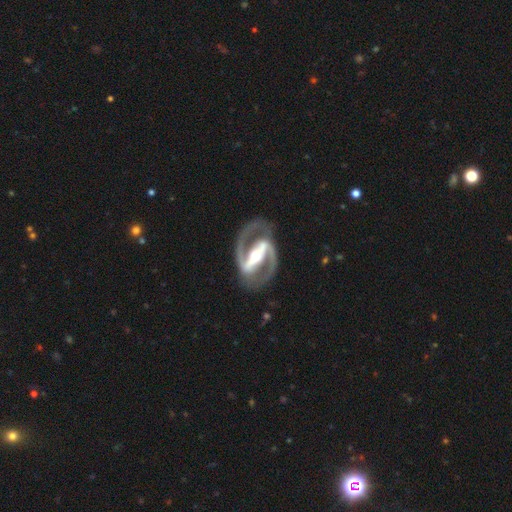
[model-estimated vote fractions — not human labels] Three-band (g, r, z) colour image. It shows a featured or disk galaxy (93%) with a strong bar (82%), 2 (94%) medium (59%) spiral arms (96%) and a moderate central bulge (60%). Merging: none (83%).